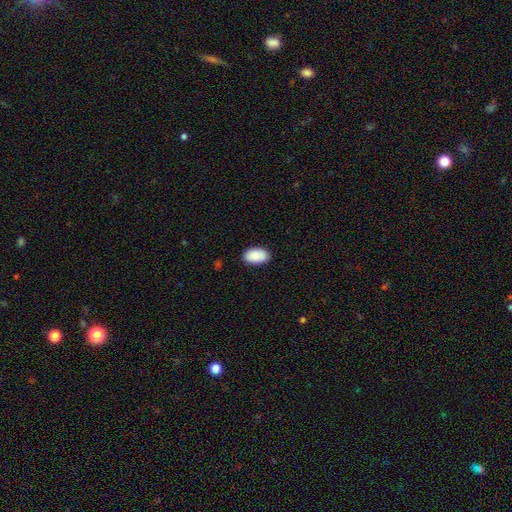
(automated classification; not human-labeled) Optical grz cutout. It shows a smooth galaxy with no disk features (88%) that is in between round and cigar-shaped (93%). Merging: none (87%).